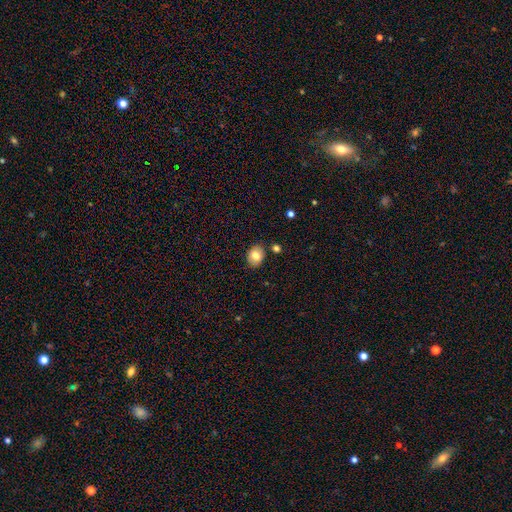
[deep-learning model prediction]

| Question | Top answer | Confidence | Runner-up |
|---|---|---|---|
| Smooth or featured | smooth | 78% | featured or disk (12%) |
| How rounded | in between | 54% | round (45%) |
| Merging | none | 85% | minor disturbance (10%) |